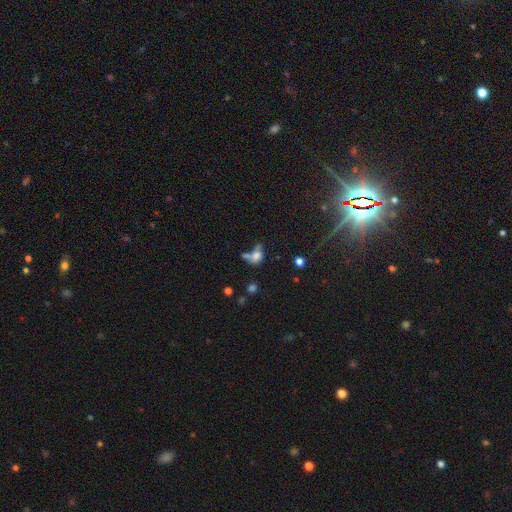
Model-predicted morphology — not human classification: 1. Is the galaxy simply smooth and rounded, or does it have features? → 67% smooth, 18% featured or disk, 15% star or artifact.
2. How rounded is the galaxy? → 64% in between, 33% round, 3% cigar-shaped.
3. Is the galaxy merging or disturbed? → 41% merger, 26% none, 17% major disturbance, 15% minor disturbance.